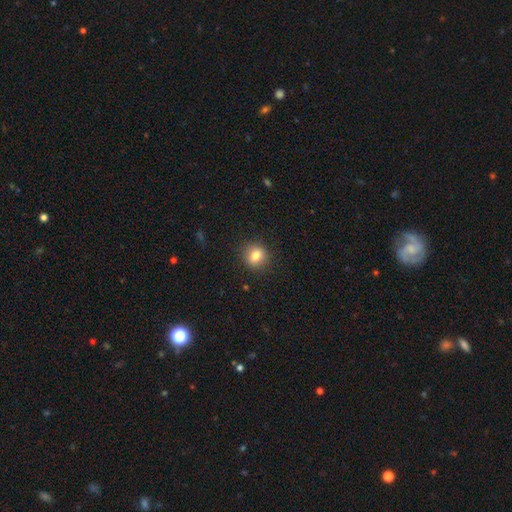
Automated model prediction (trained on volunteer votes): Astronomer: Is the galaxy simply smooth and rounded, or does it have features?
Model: smooth — 81%.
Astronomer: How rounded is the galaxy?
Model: round — 81%.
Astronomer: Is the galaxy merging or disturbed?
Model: none — 89%.